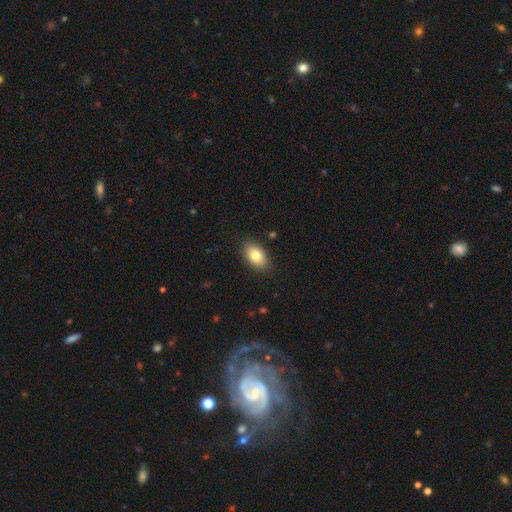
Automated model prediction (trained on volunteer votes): This is clearly a smooth galaxy (80%). How rounded: clearly in between (90%). Merging: clearly none (87%).